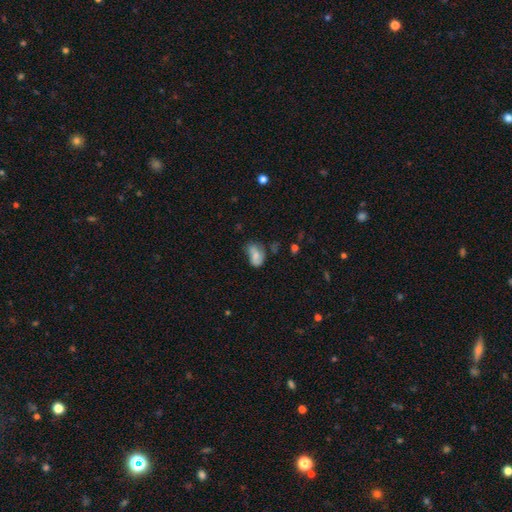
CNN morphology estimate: smooth-or-featured: smooth: 64% | featured or disk: 26% | star or artifact: 10%
  how-rounded: in between: 84% | round: 14% | cigar-shaped: 2%
  merging: minor disturbance: 36% | none: 35% | major disturbance: 21% | merger: 8%